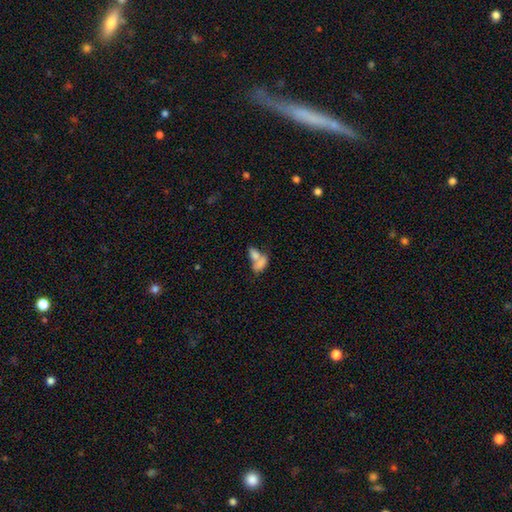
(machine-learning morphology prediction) Smooth or featured: smooth — 76% (featured or disk — 16%)
How rounded: in between — 87% (round — 9%)
Merging: merger — 69% (none — 19%)